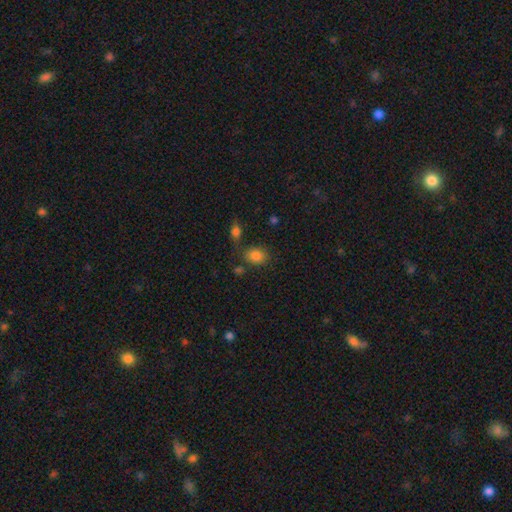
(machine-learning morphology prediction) smooth 83%, star or artifact 11%, featured or disk 6%. Down the decision tree: how rounded — in between (65%); merging — none (65%).